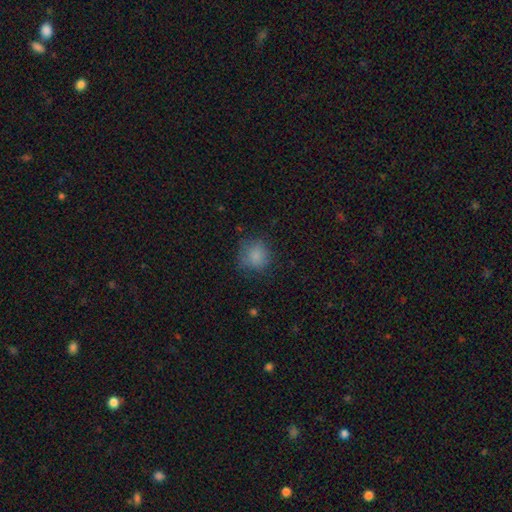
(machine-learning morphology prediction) smooth 83%, star or artifact 11%, featured or disk 6%. Down the decision tree: how rounded — round (83%); merging — none (73%).